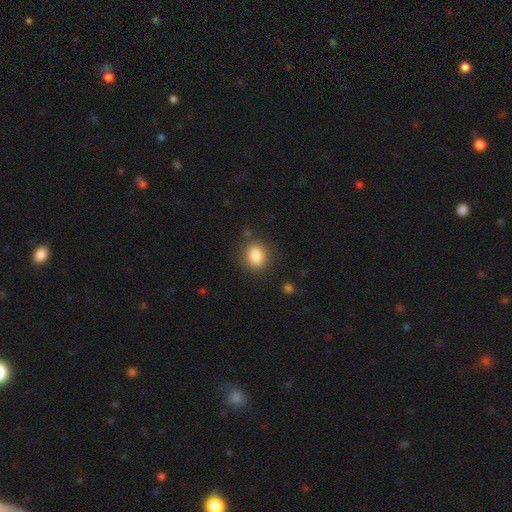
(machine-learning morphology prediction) This appears to be a smooth galaxy with no disk features (84%) that is round (69%). Merging: none (85%).